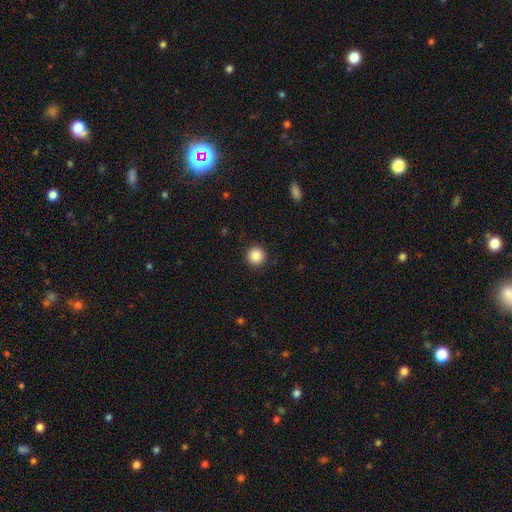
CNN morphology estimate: Smooth or featured? smooth (87%)
How rounded? round (96%)
Merging? none (93%)